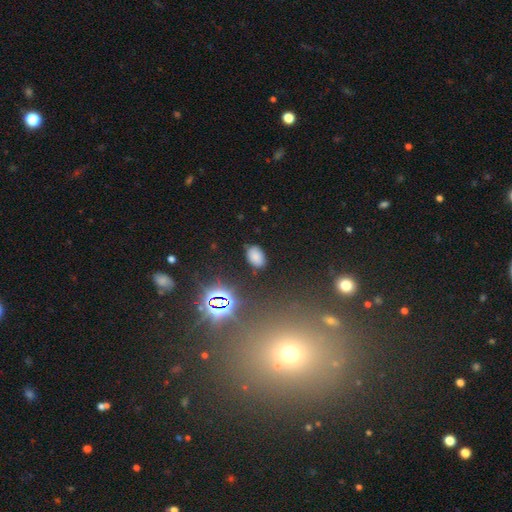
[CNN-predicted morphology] smooth_or_featured: smooth (p=0.73) [alt: star or artifact p=0.20]
how_rounded: in between (p=0.90) [alt: round p=0.09]
merging: none (p=0.81) [alt: minor disturbance p=0.14]